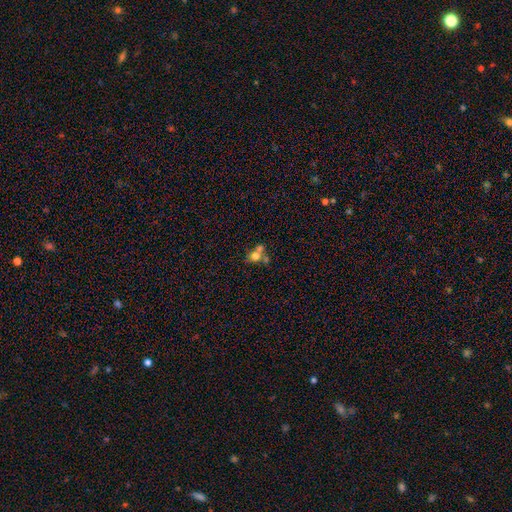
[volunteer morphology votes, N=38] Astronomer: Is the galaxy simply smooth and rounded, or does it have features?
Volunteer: smooth — 74%.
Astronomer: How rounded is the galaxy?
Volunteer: round — 75%.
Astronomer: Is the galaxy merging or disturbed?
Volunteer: merger — 57% (runner-up: none, 34%).